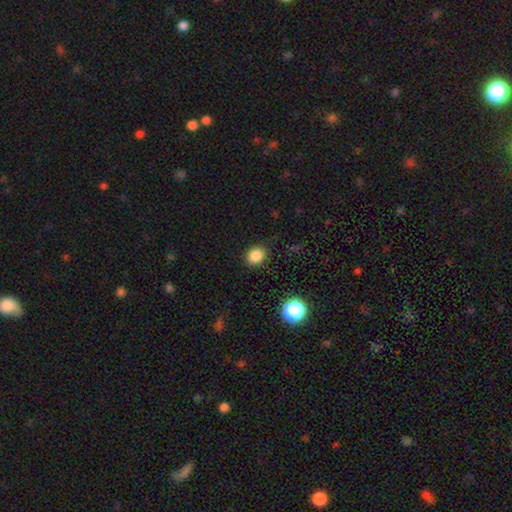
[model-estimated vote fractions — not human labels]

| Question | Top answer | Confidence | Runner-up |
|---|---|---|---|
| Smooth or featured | smooth | 84% | star or artifact (12%) |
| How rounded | round | 63% | in between (36%) |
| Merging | none | 86% | minor disturbance (9%) |